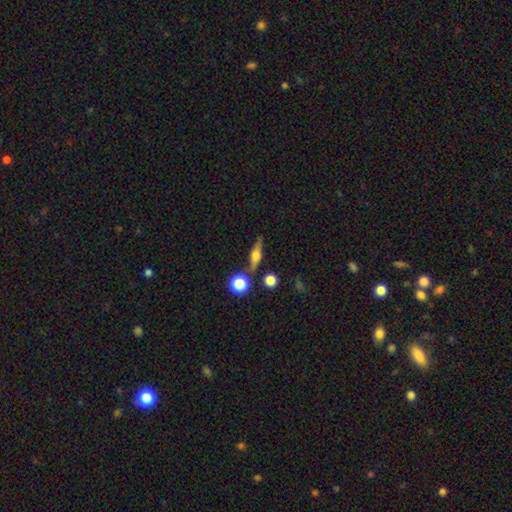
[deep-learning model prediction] The model was most divided on "smooth or featured": featured or disk: 61%, smooth: 30%, star or artifact: 9%. More confident: edge-on disk — yes (94%); edge-on bulge — rounded (93%); merging — none (79%).